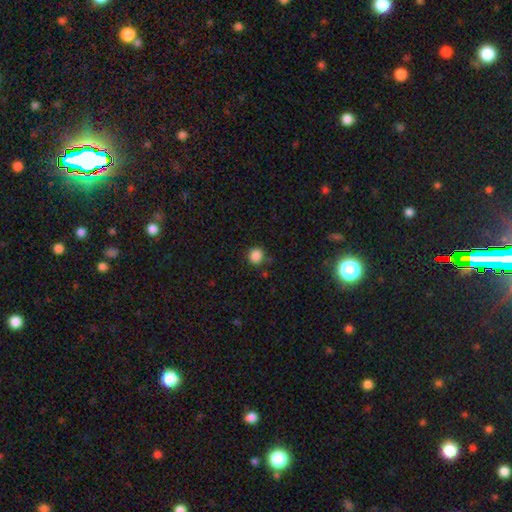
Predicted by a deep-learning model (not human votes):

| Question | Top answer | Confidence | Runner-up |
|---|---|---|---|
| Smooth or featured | smooth | 86% | star or artifact (11%) |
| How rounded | round | 84% | in between (15%) |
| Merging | none | 80% | minor disturbance (13%) |